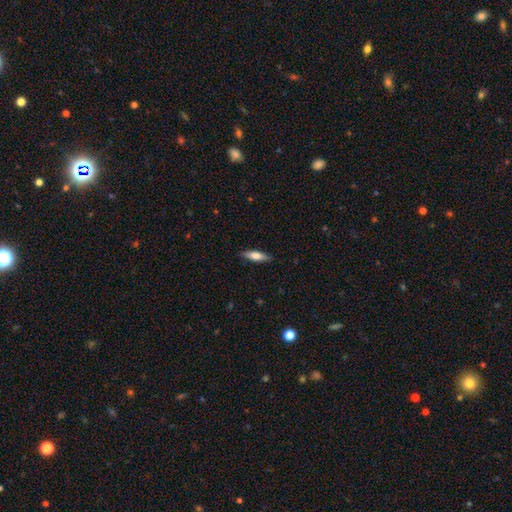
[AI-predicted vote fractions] Overall: smooth (66%; featured or disk 28%). How rounded: cigar-shaped (58%; in between 40%). Merging: none (88%).